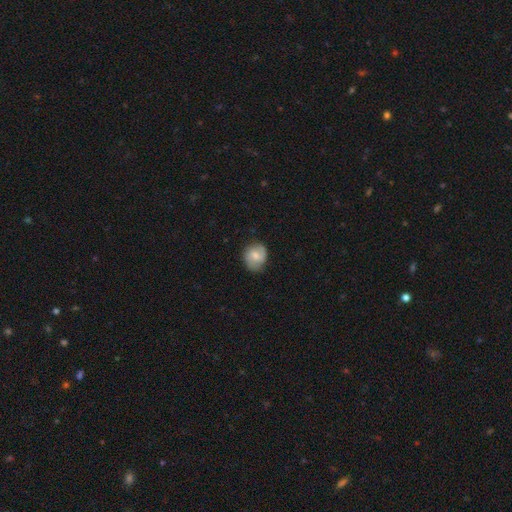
Smooth or featured? smooth (49%)
How rounded? round (68%)
Merging? none (56%)